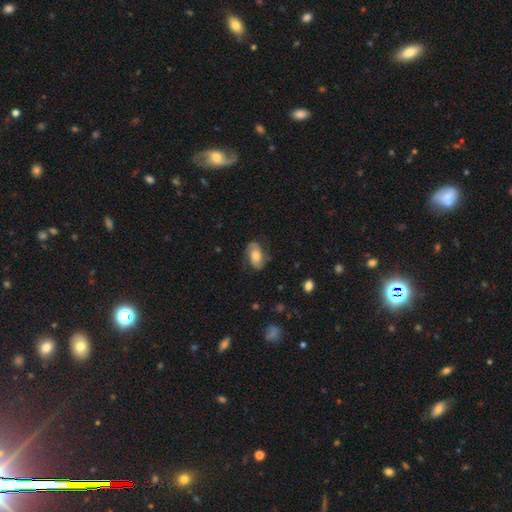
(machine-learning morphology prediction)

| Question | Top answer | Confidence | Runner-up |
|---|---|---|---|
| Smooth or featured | featured or disk | 65% | smooth (28%) |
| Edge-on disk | no | 96% | yes (4%) |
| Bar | no | 66% | weak (26%) |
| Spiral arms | yes | 90% | no (10%) |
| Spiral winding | medium | 44% | tight (32%) |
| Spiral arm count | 2 | 85% | can't tell (7%) |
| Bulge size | moderate | 53% | small (22%) |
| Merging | none | 71% | minor disturbance (19%) |